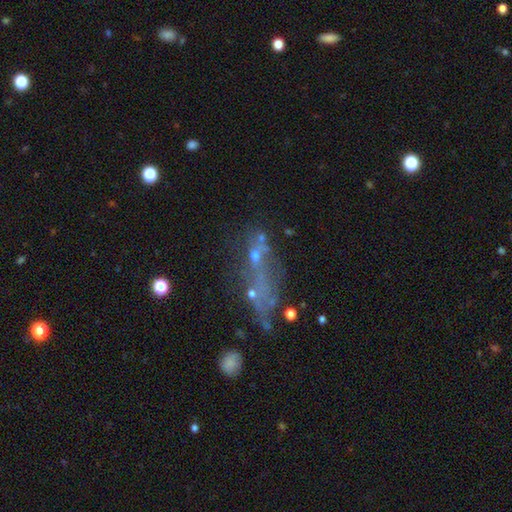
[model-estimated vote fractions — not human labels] Q: Smooth or featured?
A: featured or disk (38%); runner-up: smooth (32%)
Q: Merging?
A: none (37%); runner-up: major disturbance (24%)